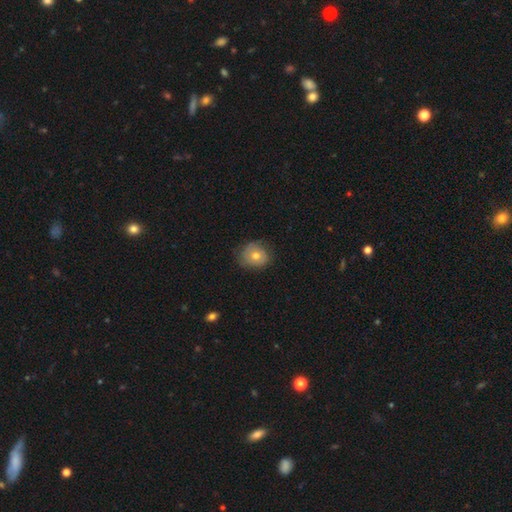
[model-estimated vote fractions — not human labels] smooth-or-featured: smooth: 62% | featured or disk: 30% | star or artifact: 8%
  how-rounded: round: 76% | in between: 23% | cigar-shaped: 1%
  merging: none: 70% | minor disturbance: 23% | major disturbance: 7% | merger: 1%